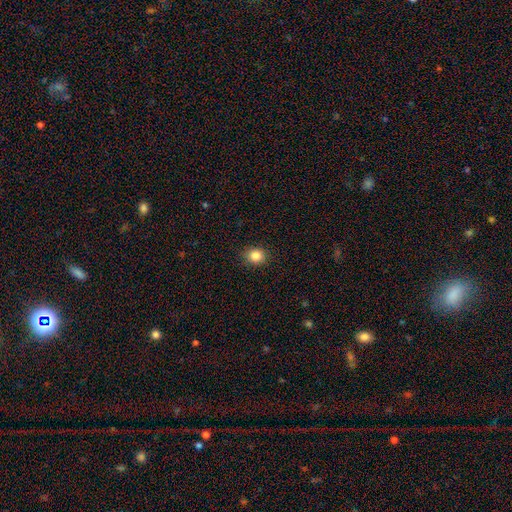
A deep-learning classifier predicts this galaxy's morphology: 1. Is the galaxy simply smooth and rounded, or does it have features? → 85% smooth, 11% star or artifact, 5% featured or disk.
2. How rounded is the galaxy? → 75% round, 24% in between, 1% cigar-shaped.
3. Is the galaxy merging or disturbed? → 88% none, 9% minor disturbance, 2% major disturbance, 1% merger.